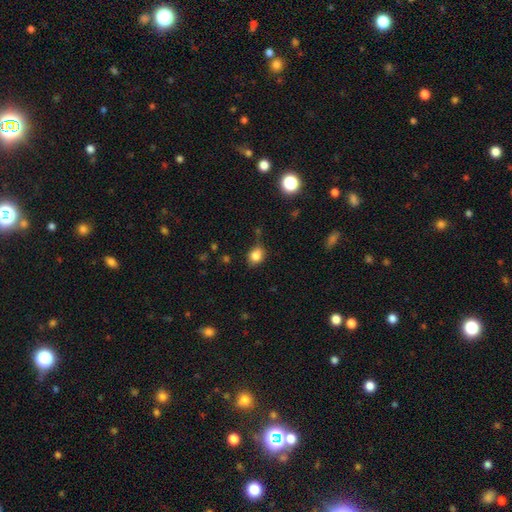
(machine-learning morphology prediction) Smooth or featured? Predicted: smooth (p=0.82). How rounded? Predicted: round (p=0.55). Merging? Predicted: none (p=0.71).